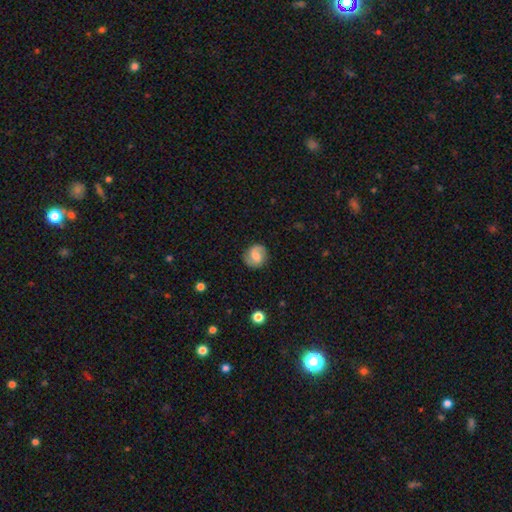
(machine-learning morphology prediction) This is likely a featured or disk galaxy (63%). It is clearly not viewed edge-on (98%). Bar: possibly weak (50%). Spiral arm pattern: clearly yes (93%). Spiral arm count: clearly 2 (88%). Spiral winding: possibly medium (47%). Central bulge: possibly moderate (55%). Merging: clearly none (84%).